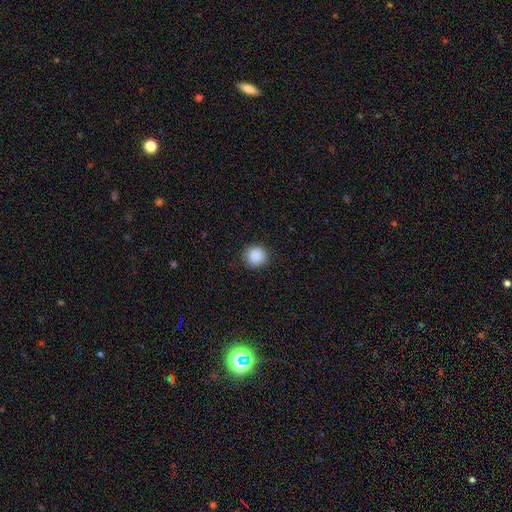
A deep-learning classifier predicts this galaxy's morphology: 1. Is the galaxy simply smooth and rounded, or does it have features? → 89% smooth, 8% star or artifact, 3% featured or disk.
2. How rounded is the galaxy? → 92% round, 7% in between, 1% cigar-shaped.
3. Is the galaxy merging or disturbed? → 89% none, 7% minor disturbance, 2% major disturbance, 1% merger.